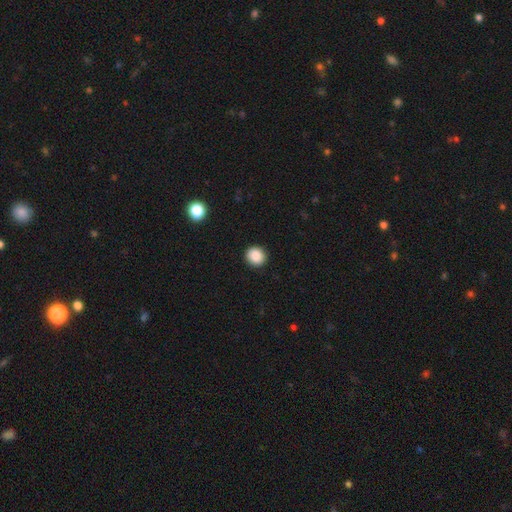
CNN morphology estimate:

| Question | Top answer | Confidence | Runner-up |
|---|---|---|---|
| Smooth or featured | smooth | 87% | star or artifact (9%) |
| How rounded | round | 88% | in between (12%) |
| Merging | none | 92% | minor disturbance (5%) |